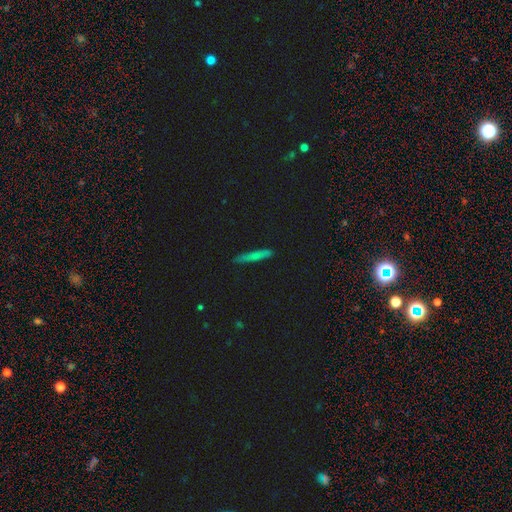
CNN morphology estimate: Smooth or featured? smooth (68%)
How rounded? cigar-shaped (92%)
Merging? none (86%)